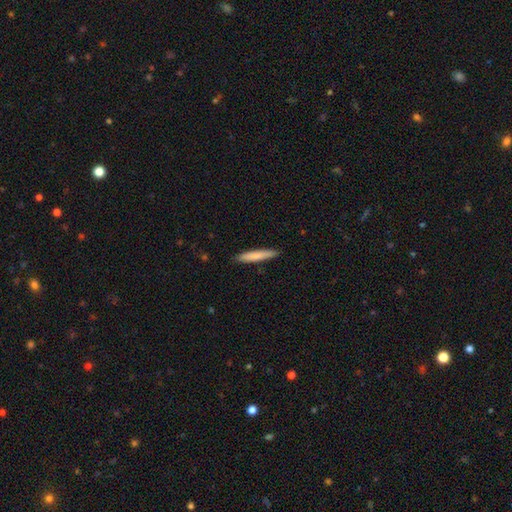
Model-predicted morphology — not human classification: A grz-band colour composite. It shows a smooth galaxy with no disk features (79%) that is cigar-shaped (94%). Merging: none (90%).